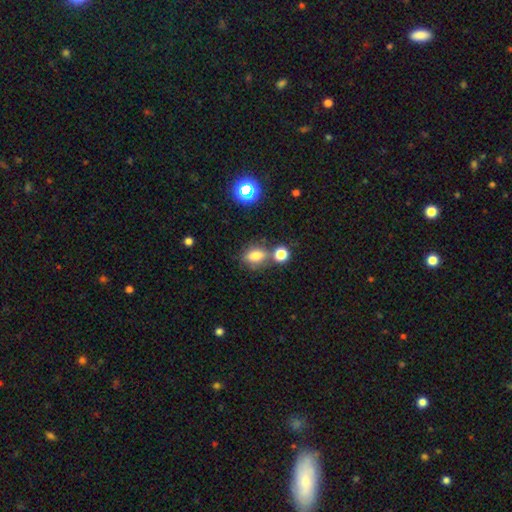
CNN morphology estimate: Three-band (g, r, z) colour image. It shows a smooth galaxy with no disk features (75%) that is in between round and cigar-shaped (72%). Merging: none (59%).